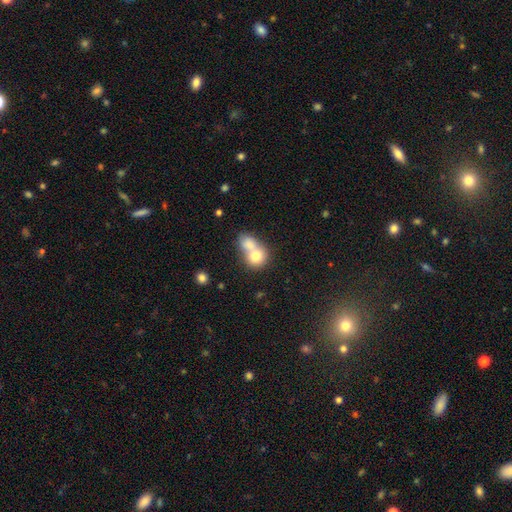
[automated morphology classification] smooth 74%, featured or disk 17%, star or artifact 9%. Down the decision tree: how rounded — round (70%); merging — merger (69%).